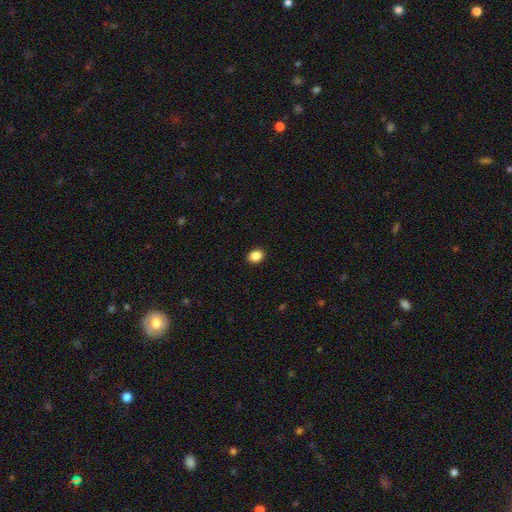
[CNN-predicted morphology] smooth_or_featured: smooth (p=0.88) [alt: star or artifact p=0.10]
how_rounded: round (p=0.60) [alt: in between p=0.39]
merging: none (p=0.92) [alt: minor disturbance p=0.06]